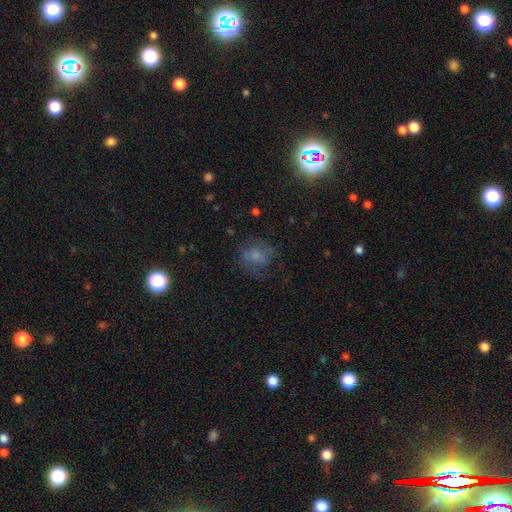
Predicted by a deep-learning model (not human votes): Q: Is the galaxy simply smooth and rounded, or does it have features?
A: smooth — 59%.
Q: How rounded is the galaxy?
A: round — 69%.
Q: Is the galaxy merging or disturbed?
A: none — 58%.